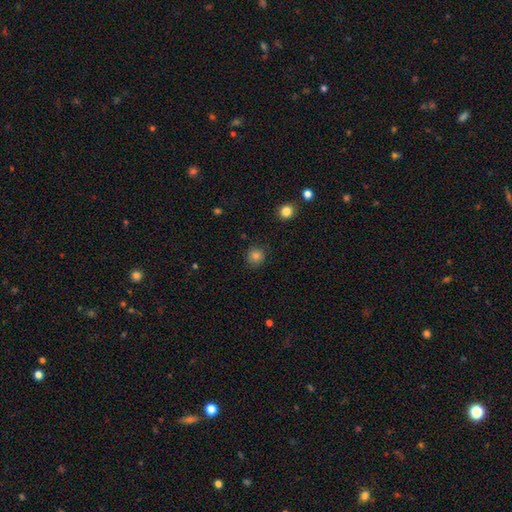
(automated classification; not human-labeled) This is clearly a smooth galaxy (83%). How rounded: clearly round (91%). Merging: clearly none (87%).